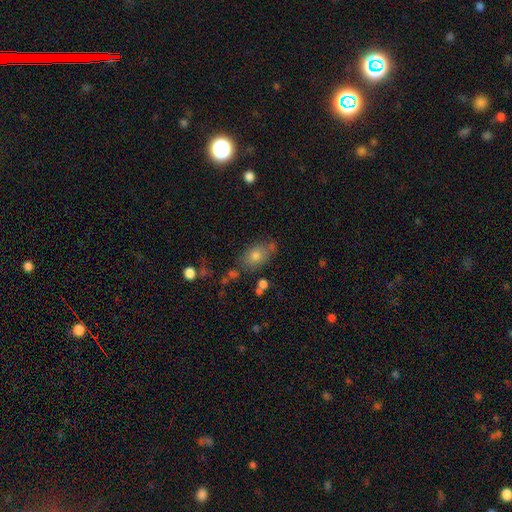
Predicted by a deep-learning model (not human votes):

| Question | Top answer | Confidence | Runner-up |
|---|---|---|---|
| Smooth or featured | smooth | 72% | featured or disk (17%) |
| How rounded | in between | 80% | round (17%) |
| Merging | none | 64% | minor disturbance (19%) |